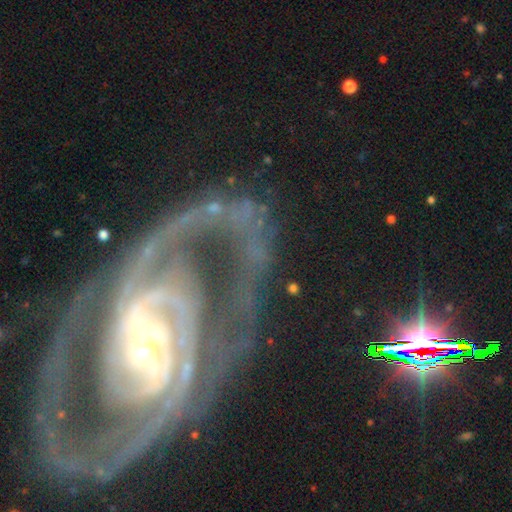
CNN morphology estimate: Smooth or featured?
  - featured or disk: 72% *
  - star or artifact: 15%
  - smooth: 13%
Edge-on disk?
  - no: 92% *
  - yes: 8%
Bar?
  - strong: 40% *
  - weak: 31%
  - no: 29%
Spiral arms?
  - yes: 83% *
  - no: 17%
Spiral winding?
  - tight: 42% *
  - medium: 36%
  - loose: 22%
Spiral arm count?
  - 2: 50% *
  - can't tell: 17%
  - 3: 10%
  - 1: 8%
  - 4: 7%
  - more than 4: 7%
Bulge size?
  - moderate: 41% *
  - small: 40%
  - large: 9%
  - none: 7%
  - dominant: 3%
Merging?
  - none: 56% *
  - major disturbance: 21%
  - minor disturbance: 16%
  - merger: 8%